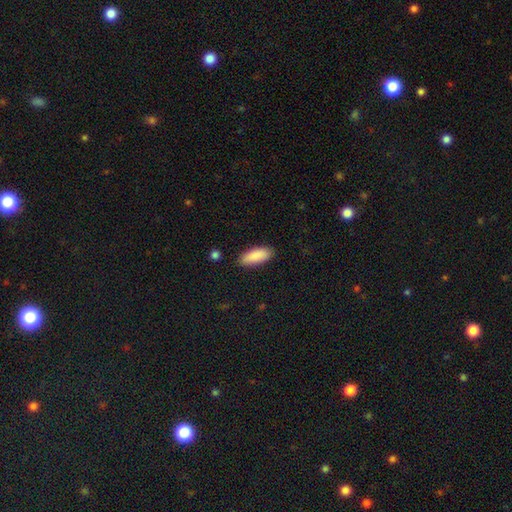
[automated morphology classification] Overall: smooth (89%). How rounded: in between (75%). Merging: none (86%).